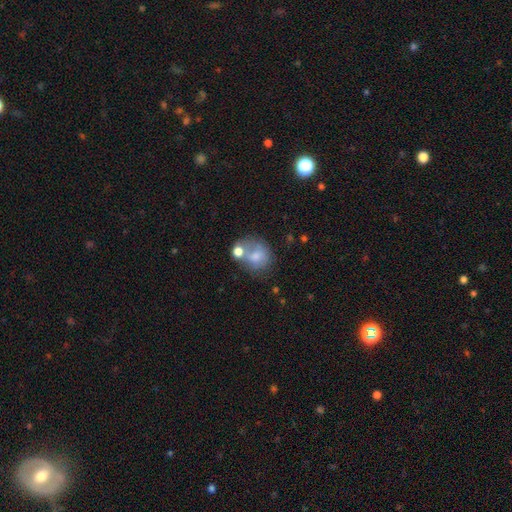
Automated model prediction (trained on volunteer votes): smooth 65%, featured or disk 24%, star or artifact 11%. Down the decision tree: how rounded — round (64%); merging — none (34%, tied with merger).